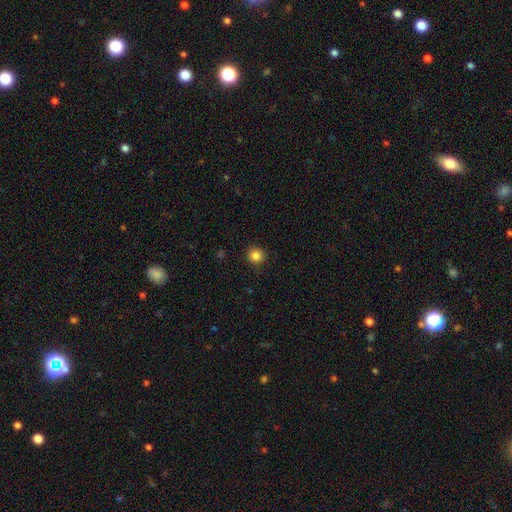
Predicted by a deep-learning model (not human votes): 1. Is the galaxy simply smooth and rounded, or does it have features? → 85% smooth, 11% star or artifact, 4% featured or disk.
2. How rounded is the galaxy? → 92% round, 7% in between, 1% cigar-shaped.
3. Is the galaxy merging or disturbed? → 91% none, 7% minor disturbance, 2% major disturbance, 1% merger.